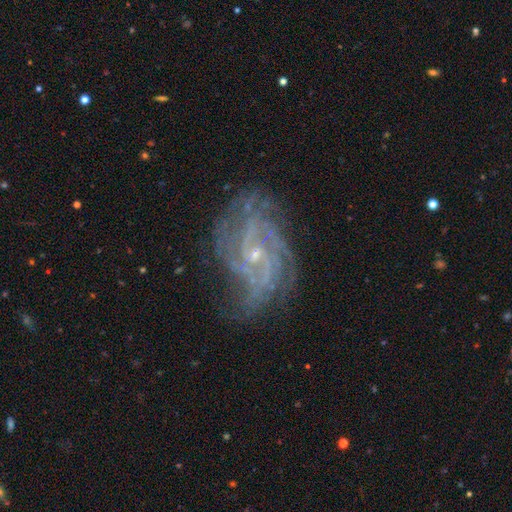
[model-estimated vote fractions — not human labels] The model was most divided on "spiral arm count": can't tell: 25%, 4: 20%, 3: 20%, 2: 17%, more than 4: 10%, 1: 8%. Remaining: edge-on disk — no (97%); spiral arms — yes (96%); smooth or featured — featured or disk (86%); bulge size — small (77%); merging — none (64%); bar — no (51%); spiral winding — tight (46%).